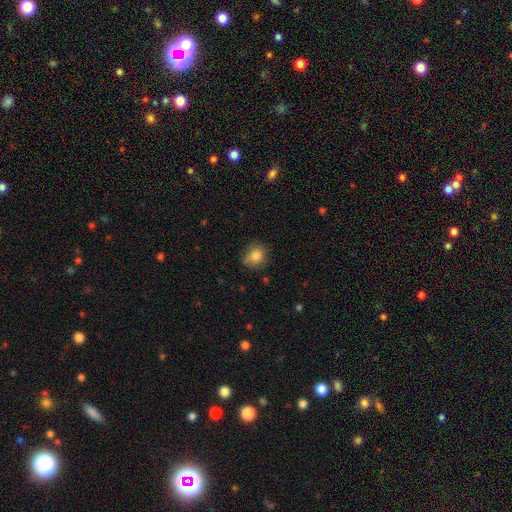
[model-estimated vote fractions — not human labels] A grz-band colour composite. It shows a smooth galaxy with no disk features (83%) that is round (74%). Merging: none (71%).